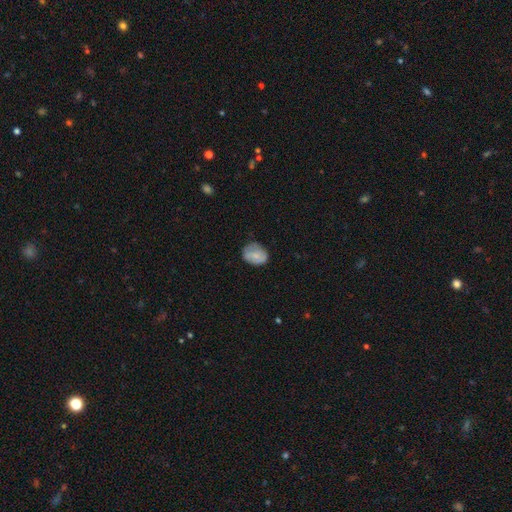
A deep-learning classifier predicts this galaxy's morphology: This appears to be a smooth galaxy with no disk features (74%) that is in between round and cigar-shaped (53%). Merging: none (64%).